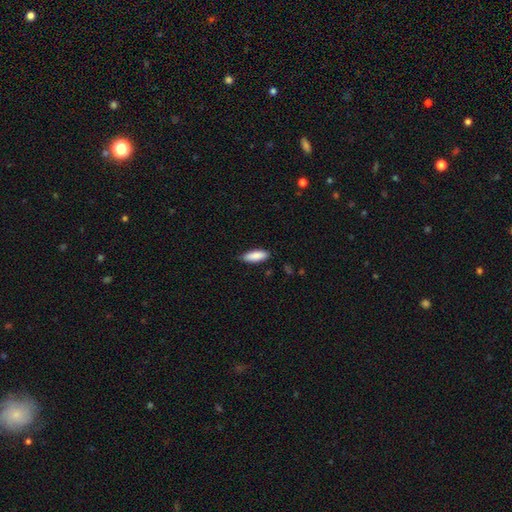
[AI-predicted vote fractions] A smooth galaxy with no disk features (88%) that is in between round and cigar-shaped (66%).

Vote fractions:
- Smooth or featured? smooth: 88% / featured or disk: 6% / star or artifact: 6%
- How rounded? in between: 66% / cigar-shaped: 33% / round: 2%
- Merging? none: 82% / minor disturbance: 15% / major disturbance: 2% / merger: 1%